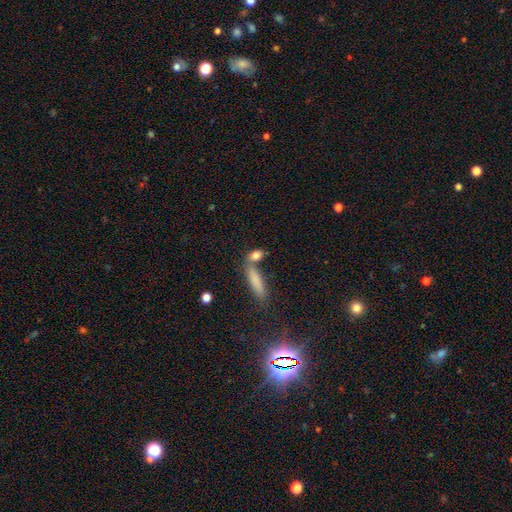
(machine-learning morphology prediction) Smooth or featured: smooth — 80% (featured or disk — 11%)
How rounded: in between — 57% (cigar-shaped — 30%)
Merging: none — 55% (merger — 29%)